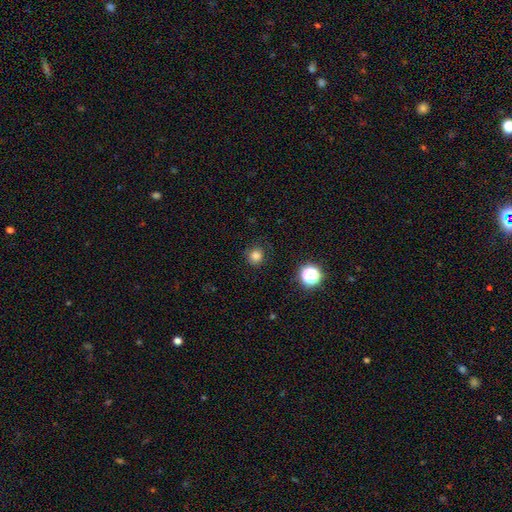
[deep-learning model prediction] smooth_or_featured: smooth (p=0.80) [alt: star or artifact p=0.15]
how_rounded: round (p=0.90) [alt: in between p=0.09]
merging: none (p=0.84) [alt: minor disturbance p=0.11]